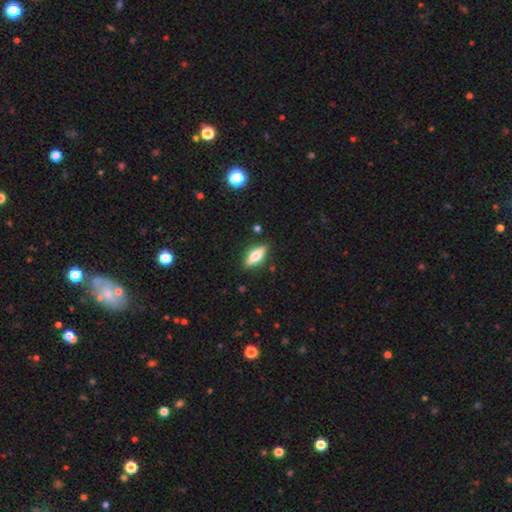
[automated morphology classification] Smooth or featured? Predicted: smooth (p=0.53). How rounded? Predicted: in between (p=0.62). Merging? Predicted: none (p=0.85).